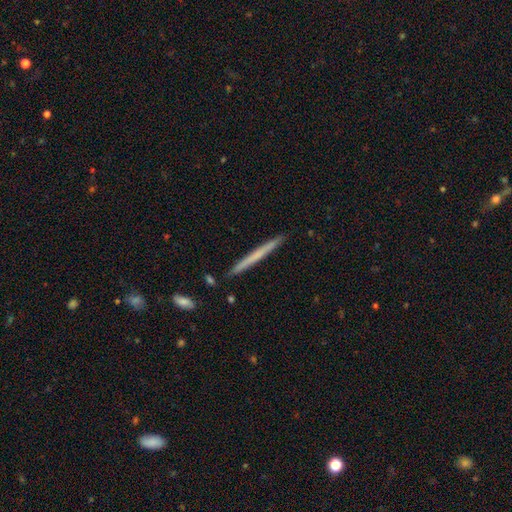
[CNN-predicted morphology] Overall: smooth (52%; featured or disk 43%). How rounded: cigar-shaped (97%). Merging: none (91%).